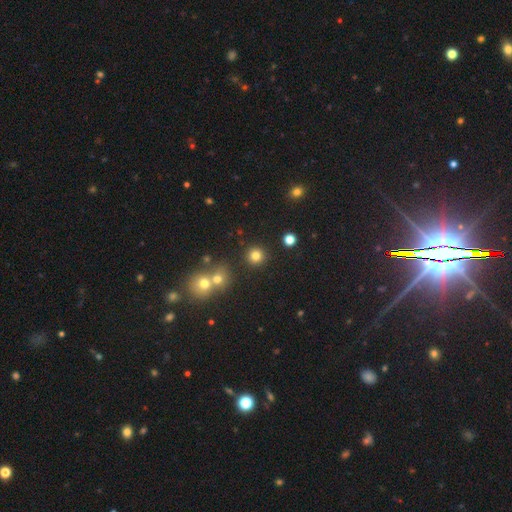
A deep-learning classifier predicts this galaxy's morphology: Smooth or featured?
  - smooth: 79% *
  - star or artifact: 15%
  - featured or disk: 6%
How rounded?
  - round: 94% *
  - in between: 5%
  - cigar-shaped: 1%
Merging?
  - none: 87% *
  - minor disturbance: 5%
  - merger: 5%
  - major disturbance: 2%